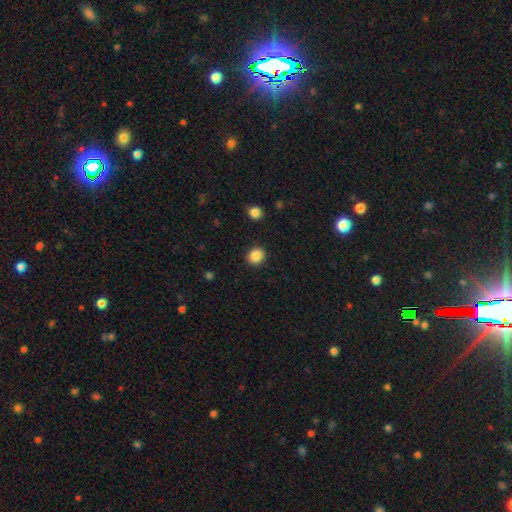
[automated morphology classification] This appears to be a smooth galaxy with no disk features (87%) that is round (82%). Merging: none (91%).